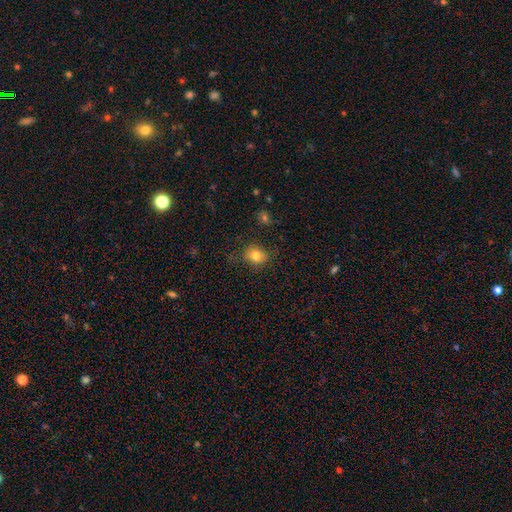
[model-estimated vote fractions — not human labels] Smooth or featured?
  - smooth: 80% *
  - star or artifact: 12%
  - featured or disk: 8%
How rounded?
  - round: 60% *
  - in between: 39%
  - cigar-shaped: 1%
Merging?
  - none: 81% *
  - minor disturbance: 14%
  - major disturbance: 4%
  - merger: 1%